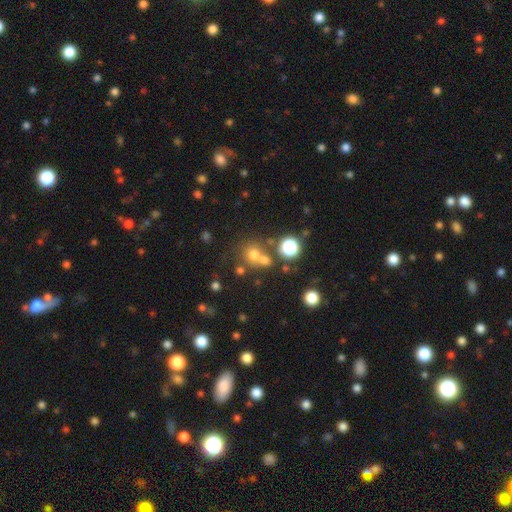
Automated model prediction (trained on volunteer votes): This appears to be a smooth galaxy with no disk features (65%) that is round (85%). Merging: none (54%).